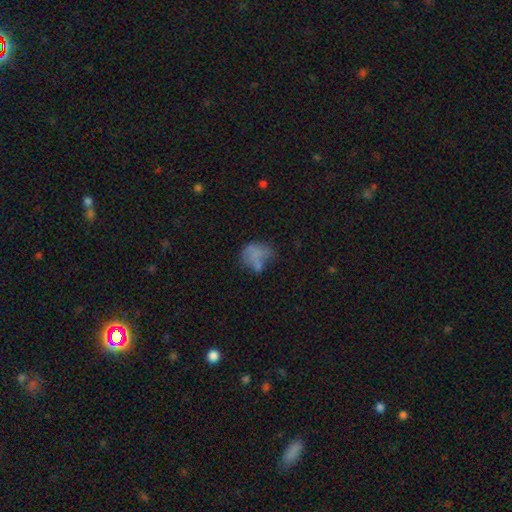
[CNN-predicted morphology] Smooth or featured: smooth — 62% (featured or disk — 24%)
How rounded: in between — 56% (round — 43%)
Merging: none — 35% (major disturbance — 27%)